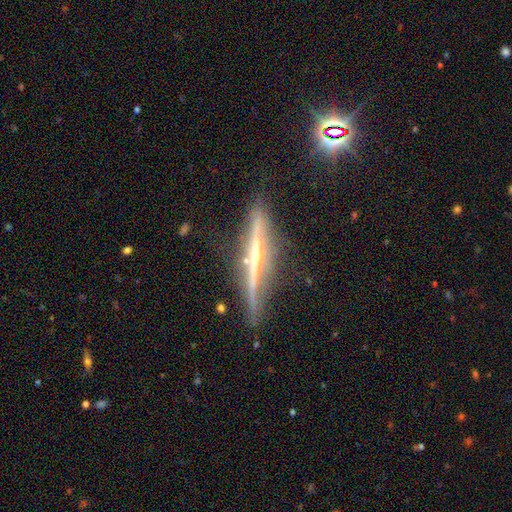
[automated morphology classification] Smooth or featured: featured or disk — 80% (smooth — 12%)
Edge-on disk: yes — 96% (no — 4%)
Edge-on bulge: rounded — 53% (none — 39%)
Merging: none — 80% (minor disturbance — 14%)